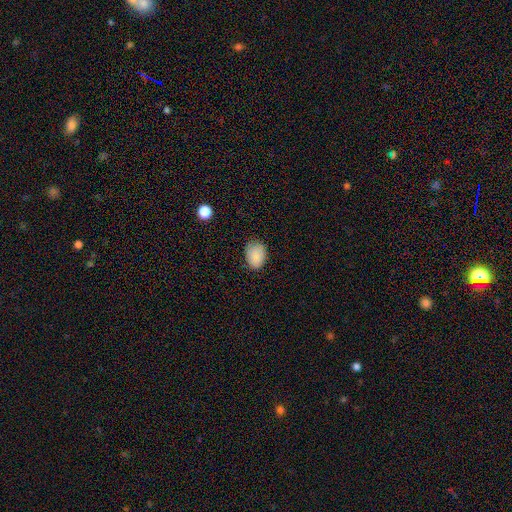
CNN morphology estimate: Smooth or featured: smooth — 87% (star or artifact — 8%)
How rounded: in between — 75% (round — 24%)
Merging: none — 77% (minor disturbance — 18%)